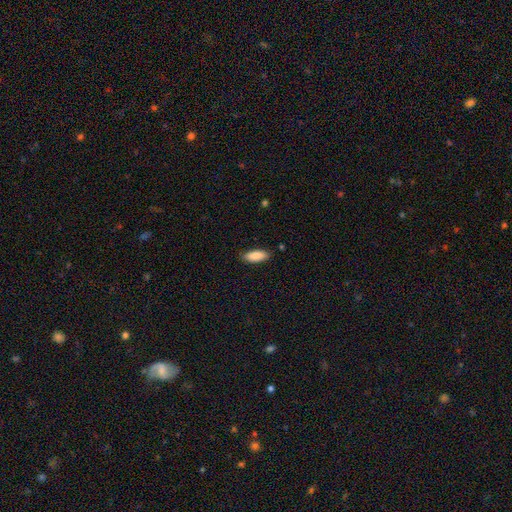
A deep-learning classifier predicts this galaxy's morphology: Smooth or featured?
  - smooth: 87% *
  - featured or disk: 7%
  - star or artifact: 6%
How rounded?
  - in between: 70% *
  - cigar-shaped: 28%
  - round: 2%
Merging?
  - none: 86% *
  - minor disturbance: 11%
  - major disturbance: 2%
  - merger: 1%